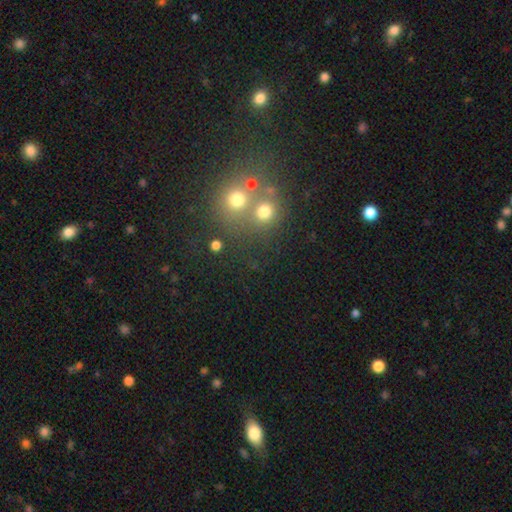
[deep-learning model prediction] This appears to be a smooth galaxy with no disk features (51%) that is round (83%). Merging: none (48%).